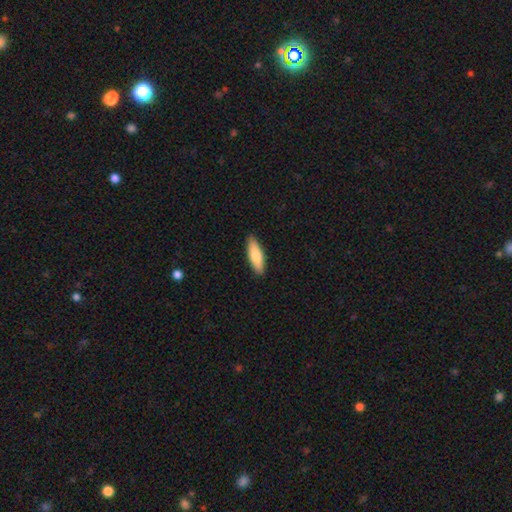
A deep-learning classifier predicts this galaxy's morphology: A smooth galaxy with no disk features (76%) that is cigar-shaped (50%).

Vote fractions:
- Smooth or featured? smooth: 76% / featured or disk: 18% / star or artifact: 5%
- How rounded? cigar-shaped: 50% / in between: 48% / round: 2%
- Merging? none: 90% / minor disturbance: 8% / major disturbance: 2% / merger: 1%